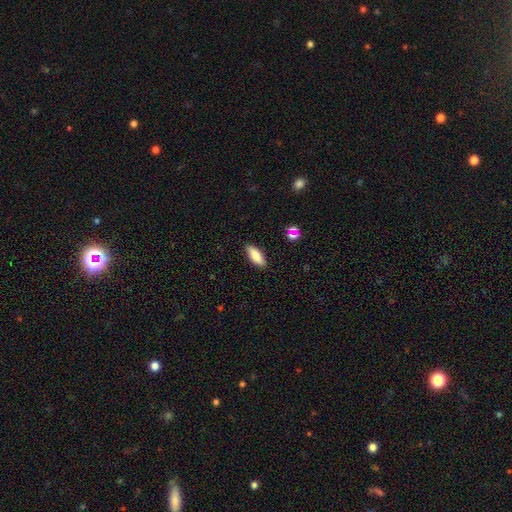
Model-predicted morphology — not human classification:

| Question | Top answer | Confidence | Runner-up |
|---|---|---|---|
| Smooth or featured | smooth | 82% | featured or disk (11%) |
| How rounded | in between | 74% | cigar-shaped (24%) |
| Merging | none | 87% | minor disturbance (9%) |